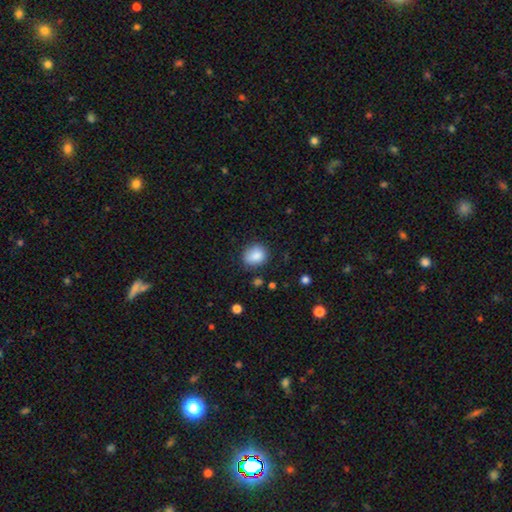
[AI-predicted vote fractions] Smooth or featured? Predicted: smooth (p=0.86). How rounded? Predicted: round (p=0.63). Merging? Predicted: none (p=0.75).